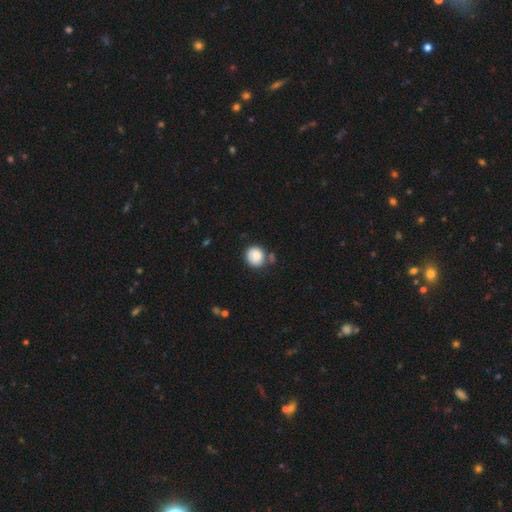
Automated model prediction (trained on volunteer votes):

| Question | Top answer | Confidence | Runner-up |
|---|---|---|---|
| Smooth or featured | smooth | 84% | star or artifact (8%) |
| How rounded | round | 85% | in between (14%) |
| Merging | none | 70% | minor disturbance (16%) |